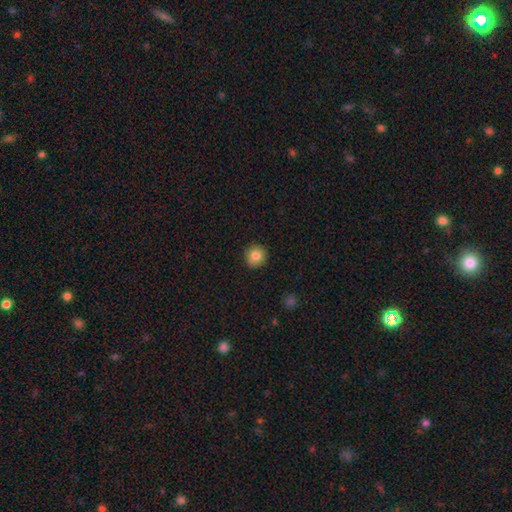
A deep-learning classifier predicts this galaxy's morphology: The model was most divided on "smooth or featured": smooth: 82%, star or artifact: 10%, featured or disk: 8%. More confident: how rounded — round (92%); merging — none (91%).